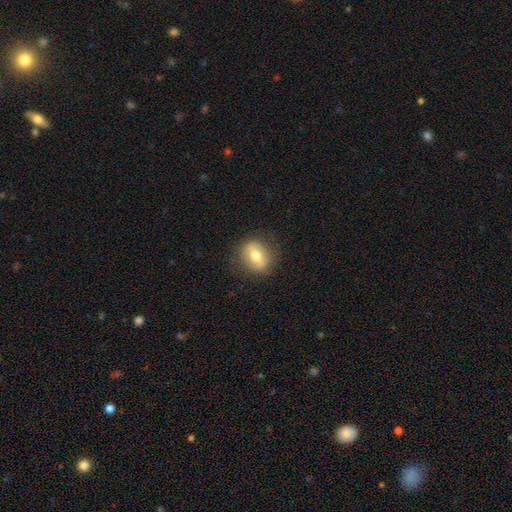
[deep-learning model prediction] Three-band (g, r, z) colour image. It shows a smooth galaxy with no disk features (48%). Merging: none (83%).